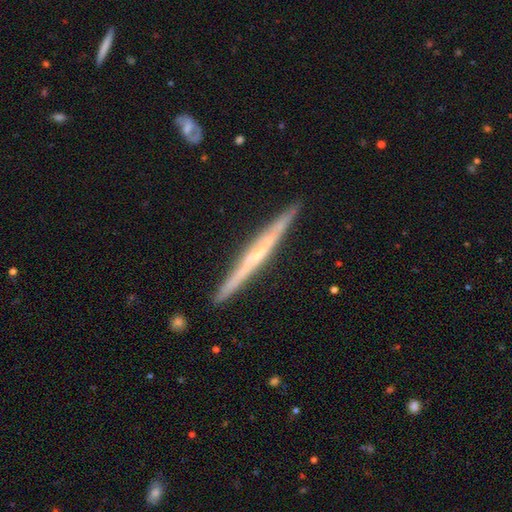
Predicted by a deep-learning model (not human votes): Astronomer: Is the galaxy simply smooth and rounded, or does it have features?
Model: featured or disk — 75%.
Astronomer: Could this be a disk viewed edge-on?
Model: yes — 98%.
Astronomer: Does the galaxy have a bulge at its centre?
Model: none — 50% (runner-up: rounded, 44%).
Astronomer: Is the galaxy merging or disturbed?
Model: none — 91%.